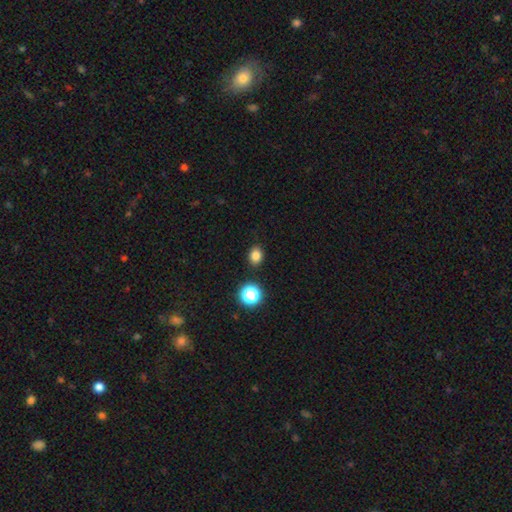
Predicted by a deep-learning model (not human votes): Smooth or featured? smooth (81%)
How rounded? in between (50%)
Merging? none (89%)